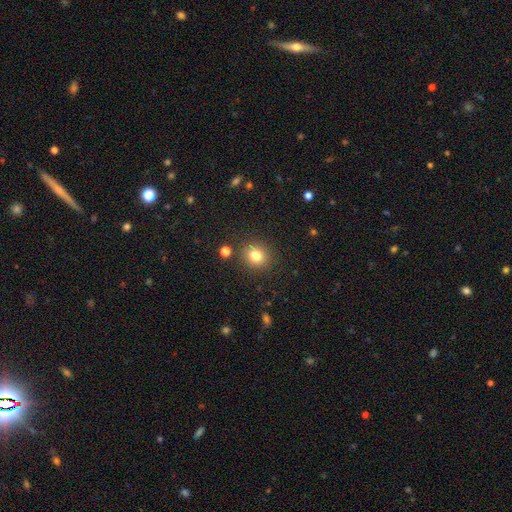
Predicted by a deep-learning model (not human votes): Smooth or featured? Predicted: smooth (p=0.80). How rounded? Predicted: round (p=0.81). Merging? Predicted: none (p=0.86).